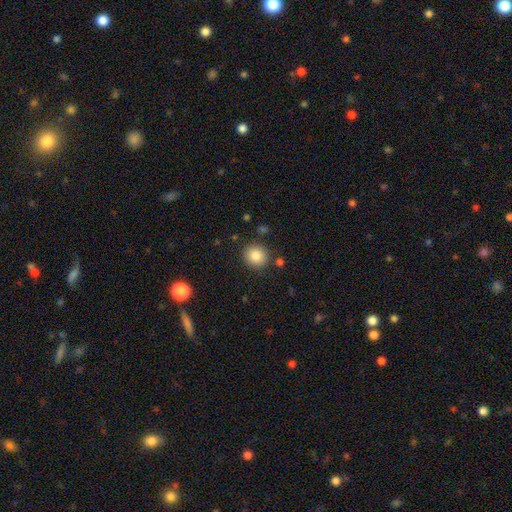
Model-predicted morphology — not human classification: Smooth or featured?
  - smooth: 85% *
  - star or artifact: 9%
  - featured or disk: 6%
How rounded?
  - round: 86% *
  - in between: 13%
  - cigar-shaped: 1%
Merging?
  - none: 86% *
  - minor disturbance: 8%
  - merger: 3%
  - major disturbance: 3%